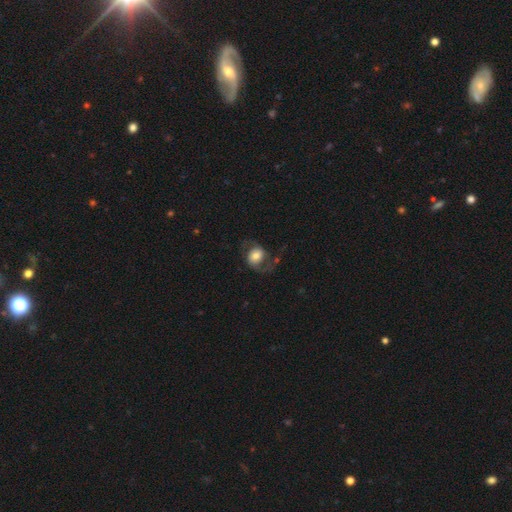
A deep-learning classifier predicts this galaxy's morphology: Smooth or featured? featured or disk (59%)
Edge-on disk? no (97%)
Bar? no (61%)
Spiral arms? yes (86%)
Bulge size? moderate (45%)
Merging? none (58%)